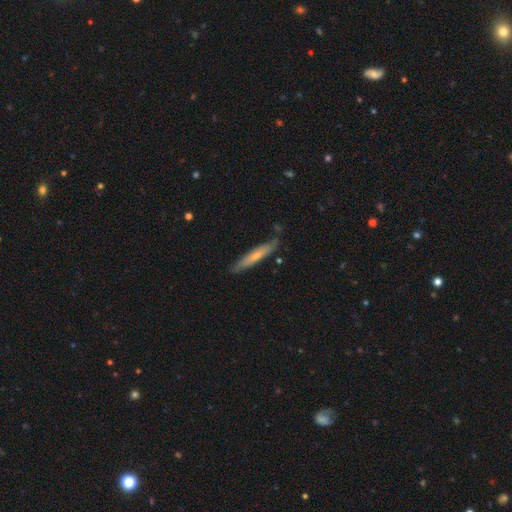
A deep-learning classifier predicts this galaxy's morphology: A smooth galaxy with no disk features (58%) that is cigar-shaped (92%).

Vote fractions:
- Smooth or featured? smooth: 58% / featured or disk: 37% / star or artifact: 5%
- How rounded? cigar-shaped: 92% / in between: 7% / round: 1%
- Merging? none: 79% / minor disturbance: 16% / major disturbance: 3% / merger: 3%